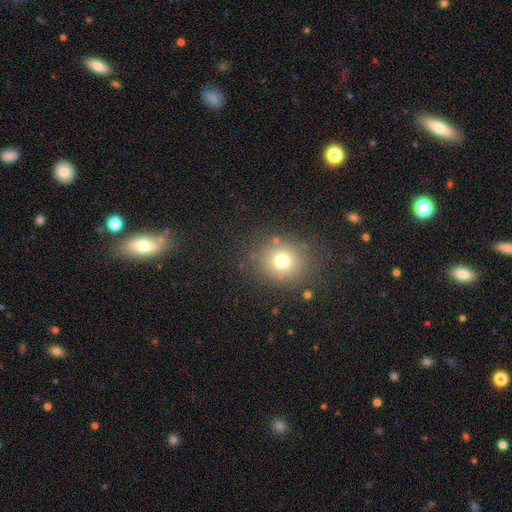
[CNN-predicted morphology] A smooth galaxy with no disk features (68%) that is round (81%). Merging: none (85%).